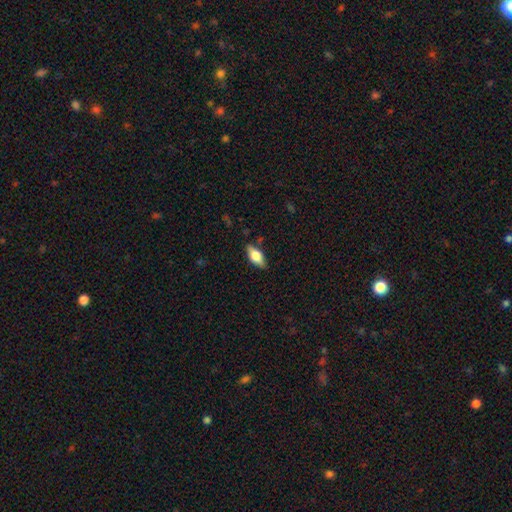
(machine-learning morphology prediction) Smooth or featured?
  - smooth: 61% *
  - featured or disk: 32%
  - star or artifact: 7%
How rounded?
  - in between: 83% *
  - cigar-shaped: 13%
  - round: 4%
Merging?
  - none: 83% *
  - minor disturbance: 13%
  - major disturbance: 3%
  - merger: 2%